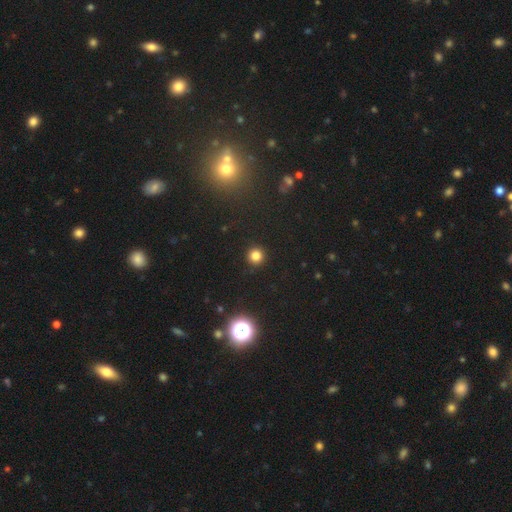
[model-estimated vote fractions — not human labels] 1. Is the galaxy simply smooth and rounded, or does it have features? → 80% smooth, 15% star or artifact, 5% featured or disk.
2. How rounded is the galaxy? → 95% round, 4% in between, 1% cigar-shaped.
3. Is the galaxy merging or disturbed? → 92% none, 5% minor disturbance, 2% major disturbance, 1% merger.